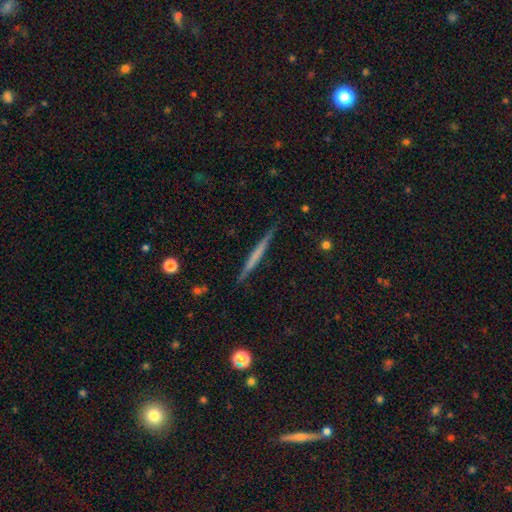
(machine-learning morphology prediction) Smooth or featured? Predicted: featured or disk (p=0.49). Merging? Predicted: none (p=0.89).